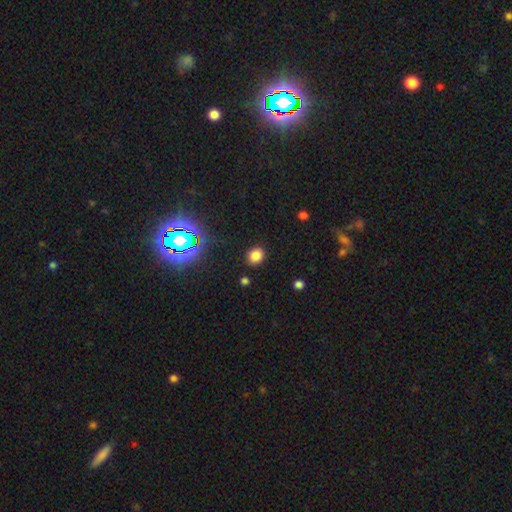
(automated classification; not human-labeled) smooth_or_featured: smooth (p=0.79) [alt: star or artifact p=0.16]
how_rounded: round (p=0.64) [alt: in between p=0.35]
merging: none (p=0.88) [alt: minor disturbance p=0.08]